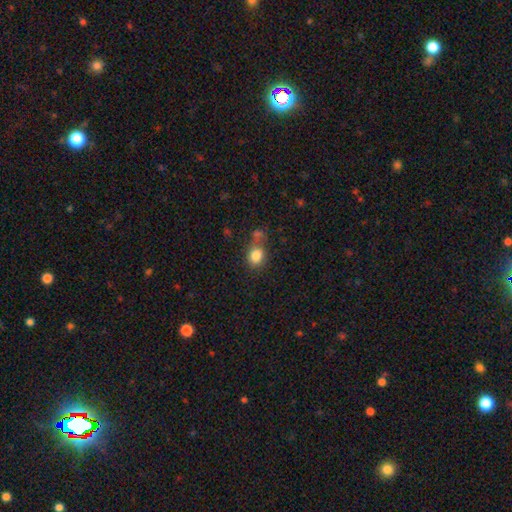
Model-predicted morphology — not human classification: A smooth galaxy with no disk features (83%) that is round (64%). Merging: none (57%).